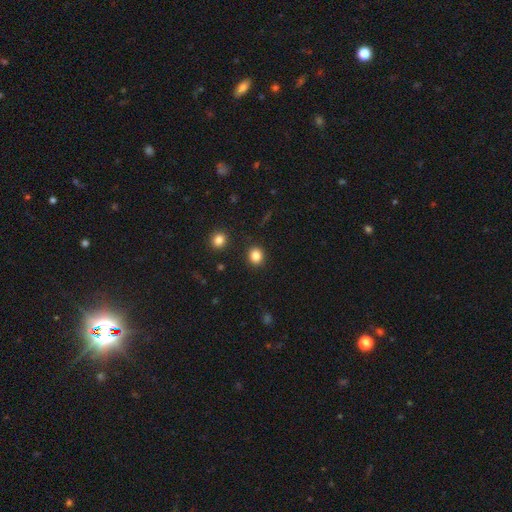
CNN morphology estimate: type=smooth (84%); roundness=round (78%); merging=none (90%).